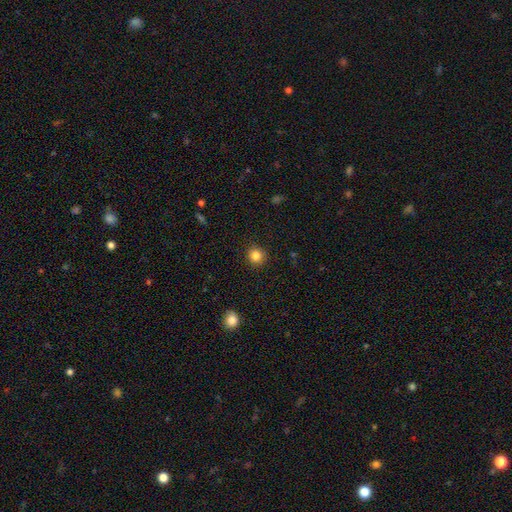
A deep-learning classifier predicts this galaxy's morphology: type=smooth (84%); roundness=round (91%); merging=none (91%).